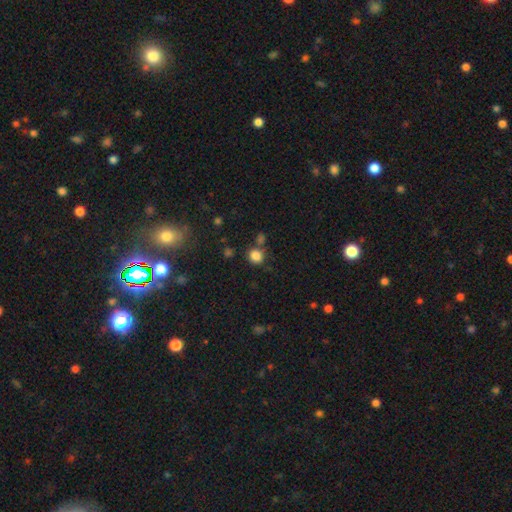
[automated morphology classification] Smooth or featured? Predicted: smooth (p=0.83). How rounded? Predicted: round (p=0.74). Merging? Predicted: none (p=0.69).